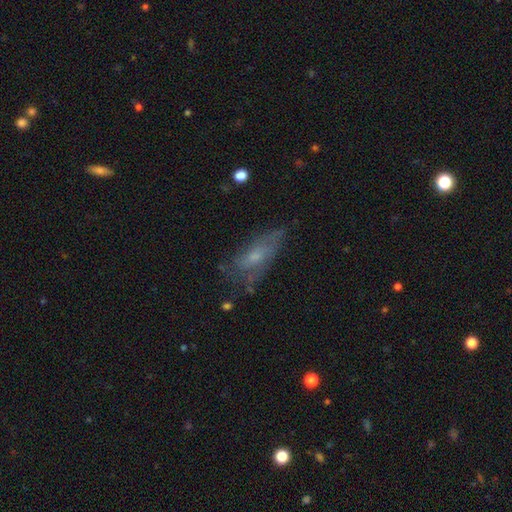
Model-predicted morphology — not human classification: This appears to be a smooth galaxy with no disk features (45%). Merging: none (54%).